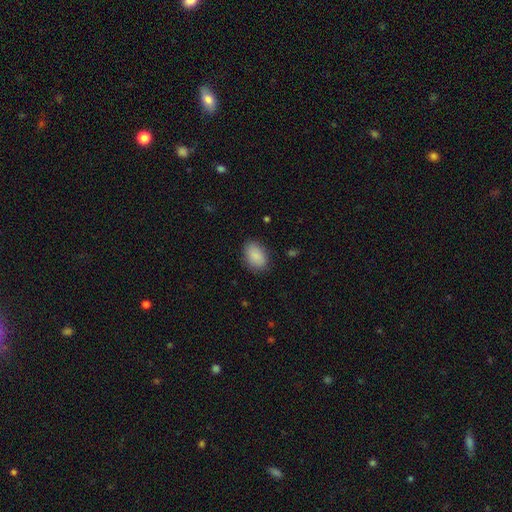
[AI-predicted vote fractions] This is clearly a smooth galaxy (89%). How rounded: clearly in between (89%). Merging: clearly none (84%).